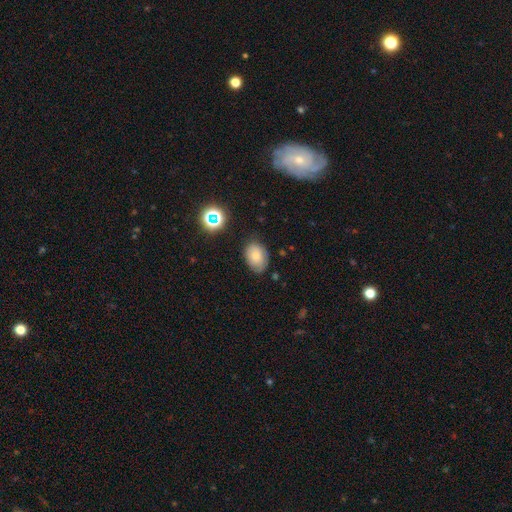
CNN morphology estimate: Q: Smooth or featured?
A: smooth (73%); runner-up: featured or disk (15%)
Q: How rounded?
A: in between (79%); runner-up: round (20%)
Q: Merging?
A: none (73%); runner-up: minor disturbance (21%)